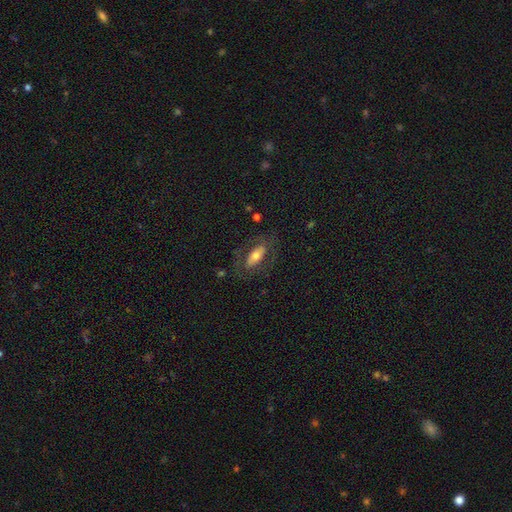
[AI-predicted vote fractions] This is possibly a smooth galaxy (50%). How rounded: clearly in between (86%). Merging: likely none (70%).